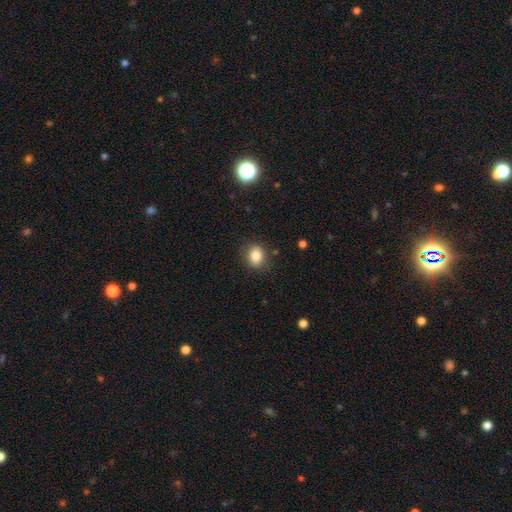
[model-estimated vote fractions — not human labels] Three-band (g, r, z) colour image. It shows a smooth galaxy with no disk features (83%) that is round (50%). Merging: none (84%).